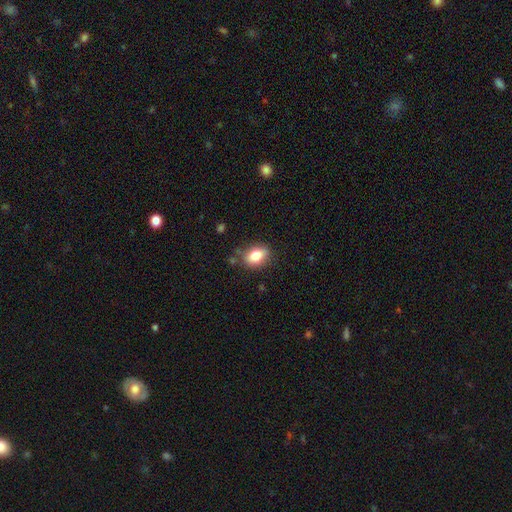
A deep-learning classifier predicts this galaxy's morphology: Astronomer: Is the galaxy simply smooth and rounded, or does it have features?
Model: smooth — 79%.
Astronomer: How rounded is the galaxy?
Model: in between — 77%.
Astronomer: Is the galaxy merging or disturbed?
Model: none — 77%.